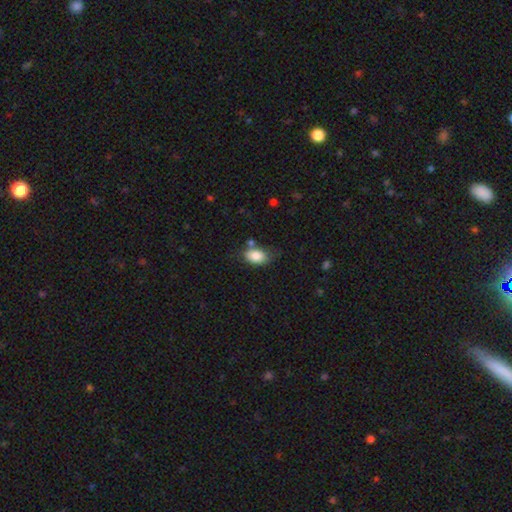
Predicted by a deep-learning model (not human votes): This is clearly a smooth galaxy (85%). How rounded: clearly in between (88%). Merging: possibly none (60%).